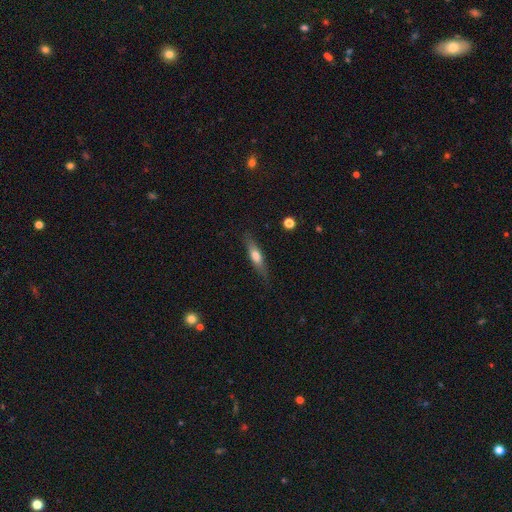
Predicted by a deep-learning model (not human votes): Overall: smooth (54%; featured or disk 39%). How rounded: cigar-shaped (77%). Merging: none (83%).